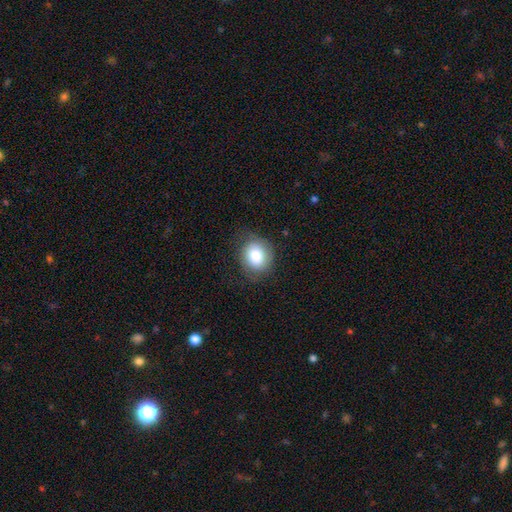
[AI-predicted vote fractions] smooth-or-featured: smooth: 80% | featured or disk: 13% | star or artifact: 8%
  how-rounded: round: 62% | in between: 37% | cigar-shaped: 1%
  merging: none: 73% | minor disturbance: 19% | major disturbance: 7% | merger: 1%